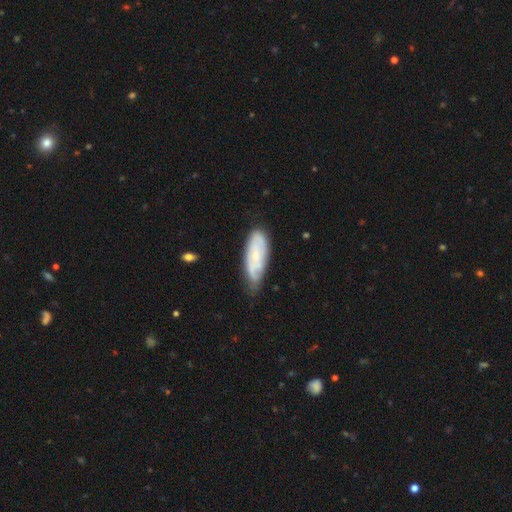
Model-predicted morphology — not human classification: A featured or disk galaxy (49%).

Vote fractions:
- Smooth or featured? featured or disk: 49% / smooth: 45% / star or artifact: 7%
- Merging? none: 61% / minor disturbance: 30% / major disturbance: 7% / merger: 2%